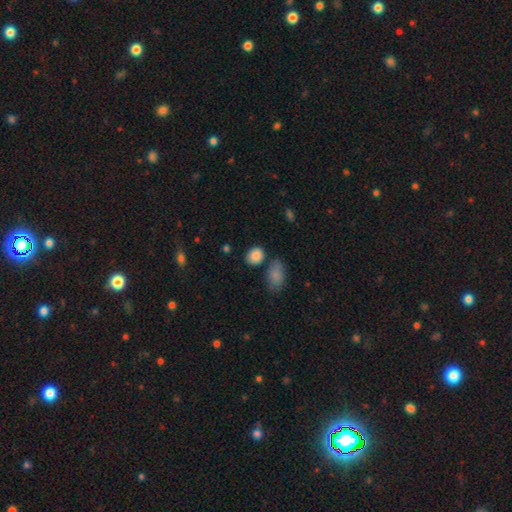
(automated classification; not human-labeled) The model was most divided on "how rounded": in between: 56%, round: 43%, cigar-shaped: 1%. More confident: smooth or featured — smooth (87%); merging — none (74%).